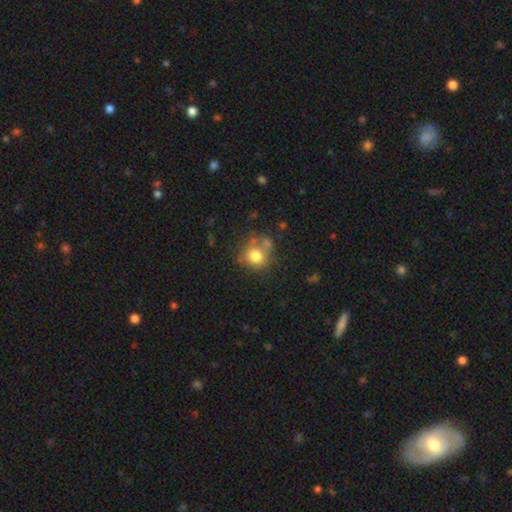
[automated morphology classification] Smooth or featured? smooth (75%)
How rounded? round (82%)
Merging? none (57%)